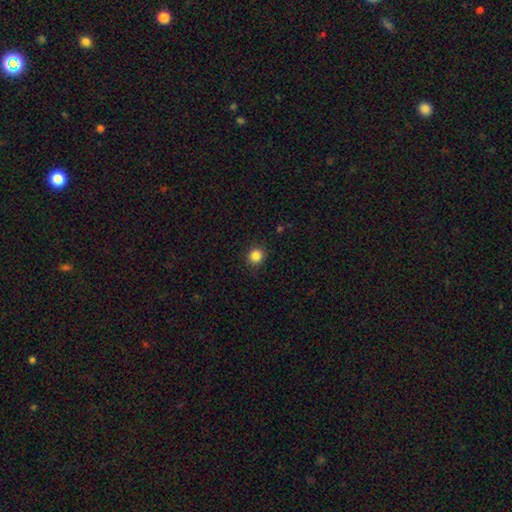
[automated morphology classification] Q: Smooth or featured?
A: smooth (85%); runner-up: star or artifact (11%)
Q: How rounded?
A: round (92%); runner-up: in between (7%)
Q: Merging?
A: none (90%); runner-up: minor disturbance (7%)